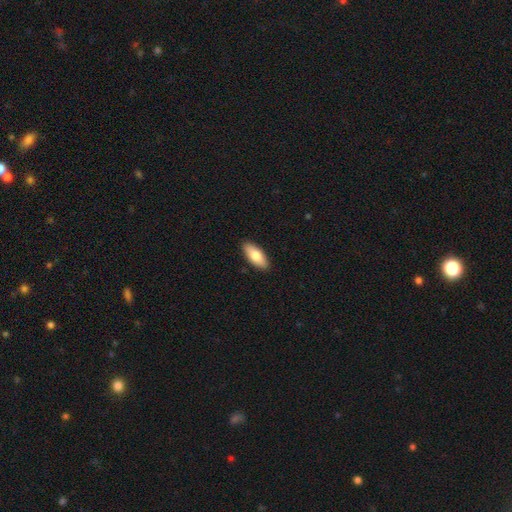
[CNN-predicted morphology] Smooth or featured?
  - smooth: 80% *
  - featured or disk: 15%
  - star or artifact: 6%
How rounded?
  - in between: 82% *
  - cigar-shaped: 15%
  - round: 2%
Merging?
  - none: 90% *
  - minor disturbance: 7%
  - major disturbance: 2%
  - merger: 1%